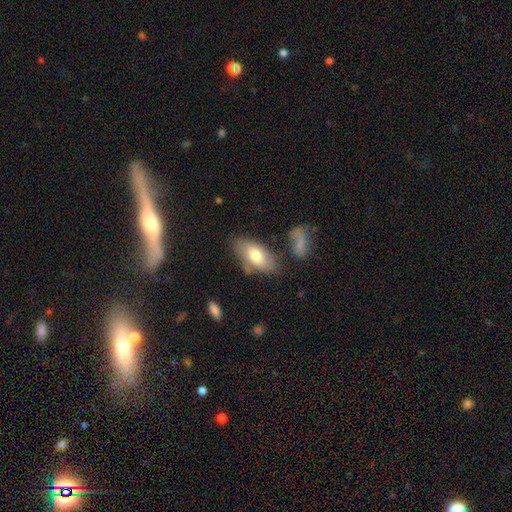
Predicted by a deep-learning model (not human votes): Smooth or featured: smooth — 74% (featured or disk — 20%)
How rounded: in between — 91% (cigar-shaped — 6%)
Merging: none — 63% (minor disturbance — 20%)